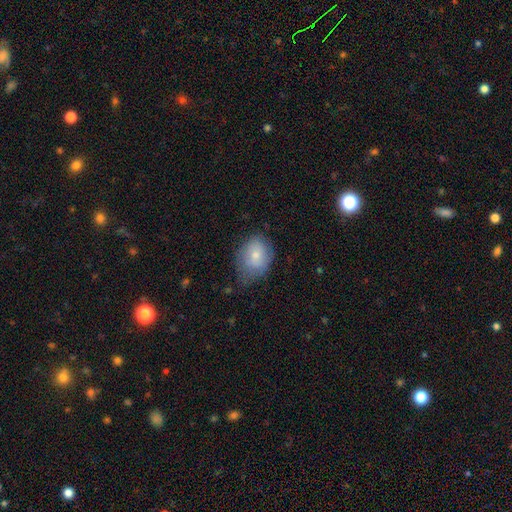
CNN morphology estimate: Smooth or featured?
  - smooth: 75% *
  - featured or disk: 17%
  - star or artifact: 7%
How rounded?
  - in between: 62% *
  - round: 37%
  - cigar-shaped: 1%
Merging?
  - none: 50% *
  - minor disturbance: 36%
  - major disturbance: 12%
  - merger: 2%